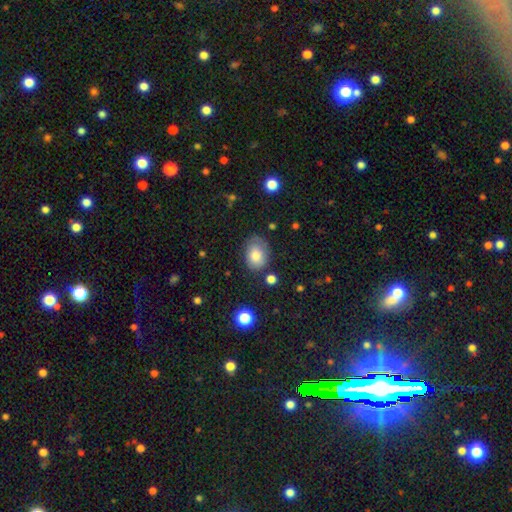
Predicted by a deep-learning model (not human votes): smooth-or-featured: smooth: 79% | featured or disk: 13% | star or artifact: 8%
  how-rounded: in between: 75% | round: 24% | cigar-shaped: 1%
  merging: none: 66% | minor disturbance: 24% | major disturbance: 7% | merger: 3%